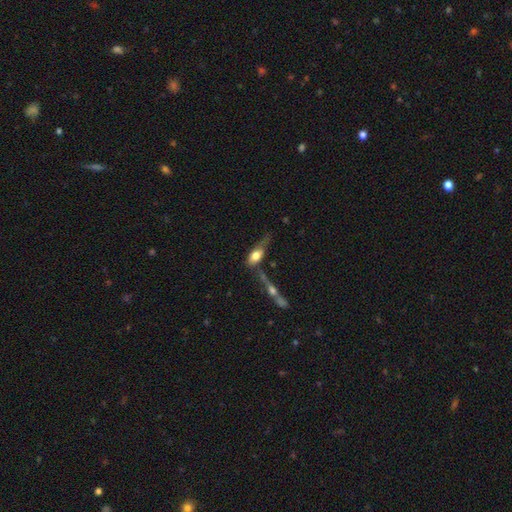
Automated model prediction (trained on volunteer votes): smooth-or-featured: smooth: 59% | featured or disk: 32% | star or artifact: 9%
  how-rounded: in between: 75% | cigar-shaped: 18% | round: 7%
  merging: none: 30% | merger: 26% | minor disturbance: 23% | major disturbance: 21%